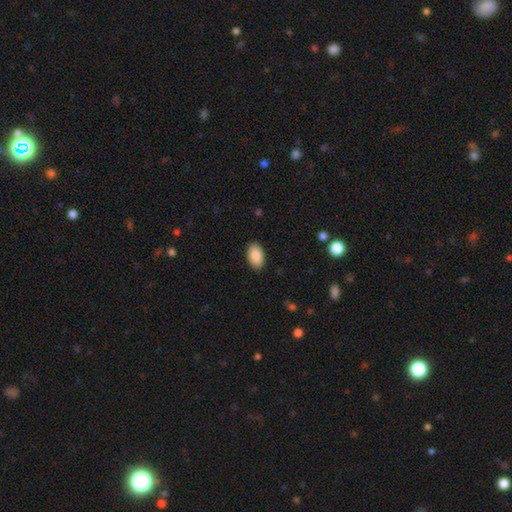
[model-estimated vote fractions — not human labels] Smooth or featured?
  - smooth: 90% *
  - star or artifact: 6%
  - featured or disk: 4%
How rounded?
  - in between: 95% *
  - round: 4%
  - cigar-shaped: 1%
Merging?
  - none: 89% *
  - minor disturbance: 8%
  - major disturbance: 2%
  - merger: 1%